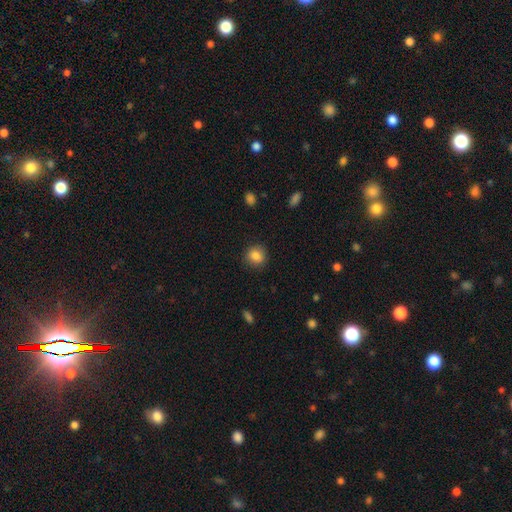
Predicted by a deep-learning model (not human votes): Smooth or featured: smooth — 86% (star or artifact — 9%)
How rounded: round — 85% (in between — 14%)
Merging: none — 87% (minor disturbance — 9%)